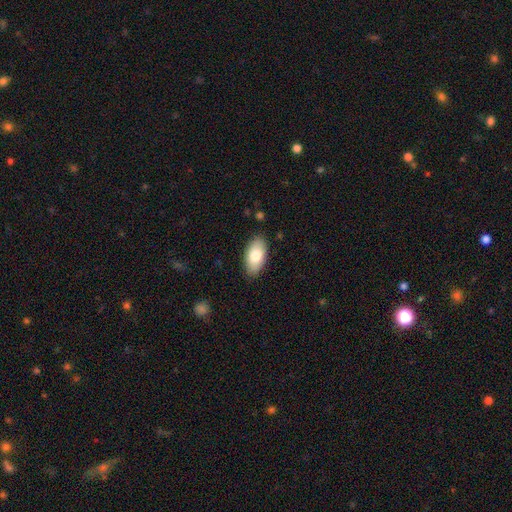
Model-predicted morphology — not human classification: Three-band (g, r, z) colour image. It shows a smooth galaxy with no disk features (78%) that is in between round and cigar-shaped (95%). Merging: none (86%).